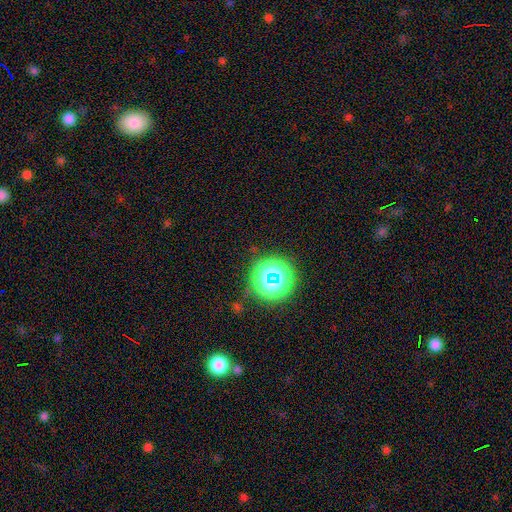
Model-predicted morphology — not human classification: Smooth or featured? Predicted: star or artifact (p=0.70).